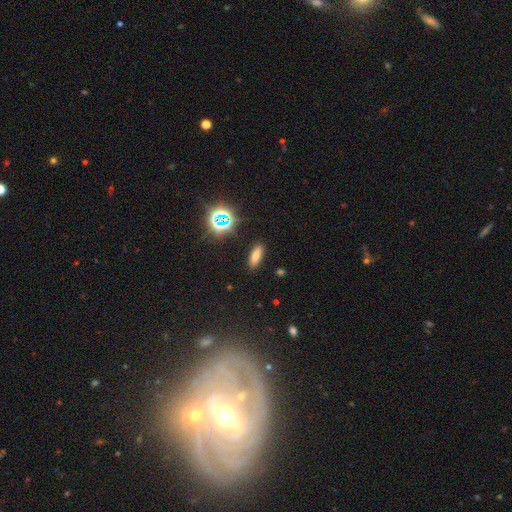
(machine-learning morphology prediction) A smooth galaxy with no disk features (68%) that is in between round and cigar-shaped (55%). Merging: none (88%).